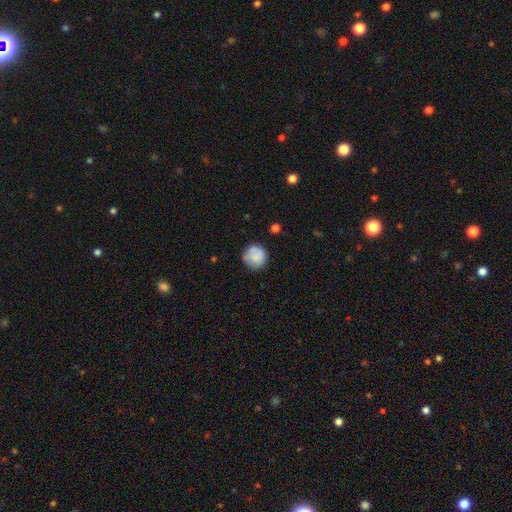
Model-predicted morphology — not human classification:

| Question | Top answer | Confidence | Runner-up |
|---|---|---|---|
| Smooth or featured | smooth | 73% | featured or disk (19%) |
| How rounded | round | 92% | in between (8%) |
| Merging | none | 70% | minor disturbance (21%) |